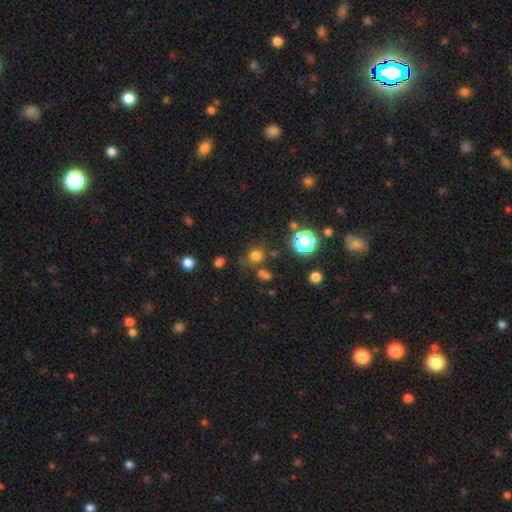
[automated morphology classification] Smooth or featured? smooth (73%)
How rounded? round (86%)
Merging? none (70%)